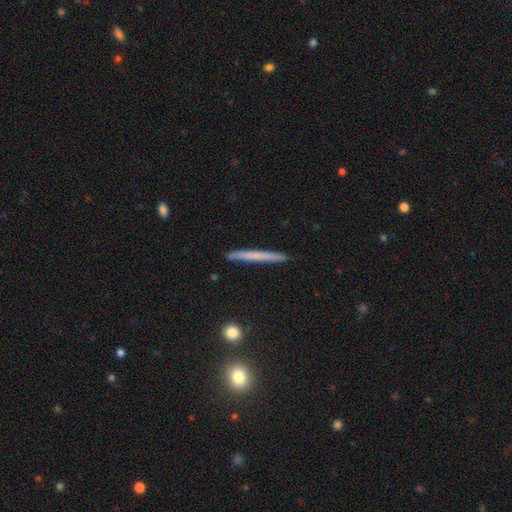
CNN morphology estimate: type=smooth (56%); roundness=cigar-shaped (97%); merging=none (90%).